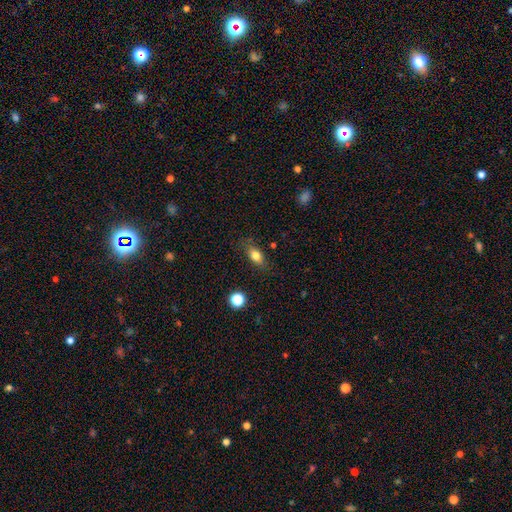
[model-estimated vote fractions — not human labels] A smooth galaxy with no disk features (78%) that is in between round and cigar-shaped (79%).

Vote fractions:
- Smooth or featured? smooth: 78% / featured or disk: 12% / star or artifact: 9%
- How rounded? in between: 79% / round: 11% / cigar-shaped: 10%
- Merging? none: 79% / minor disturbance: 15% / major disturbance: 4% / merger: 2%